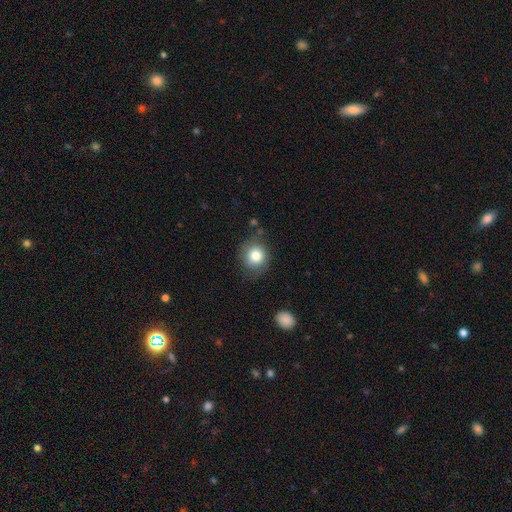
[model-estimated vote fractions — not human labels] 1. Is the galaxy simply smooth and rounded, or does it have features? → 78% smooth, 13% featured or disk, 9% star or artifact.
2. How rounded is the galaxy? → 83% round, 16% in between, 1% cigar-shaped.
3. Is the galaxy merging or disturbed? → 70% none, 20% minor disturbance, 8% major disturbance, 3% merger.